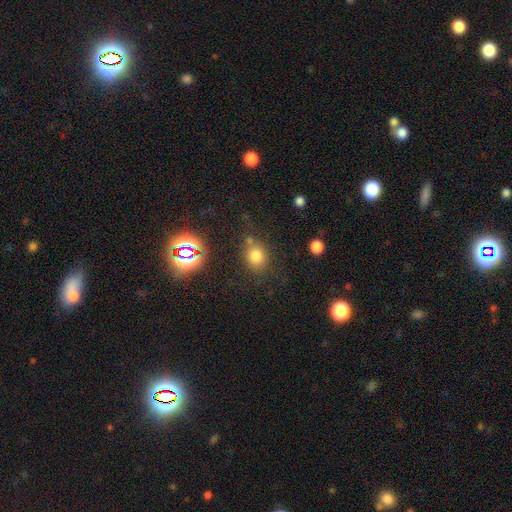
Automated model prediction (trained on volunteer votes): Smooth or featured: smooth — 74% (star or artifact — 18%)
How rounded: round — 59% (in between — 39%)
Merging: none — 69% (minor disturbance — 15%)